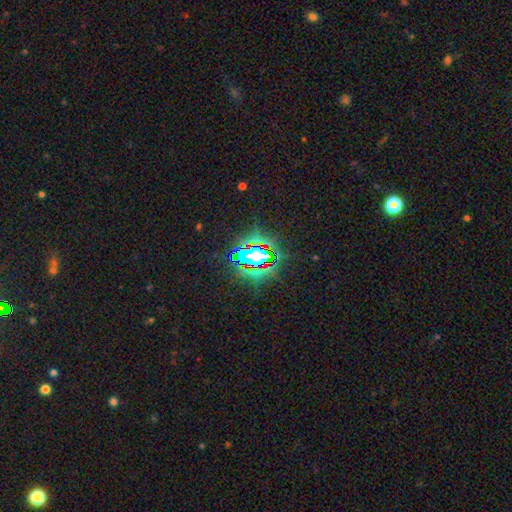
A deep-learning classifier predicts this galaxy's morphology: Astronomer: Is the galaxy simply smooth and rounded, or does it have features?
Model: star or artifact — 75%.